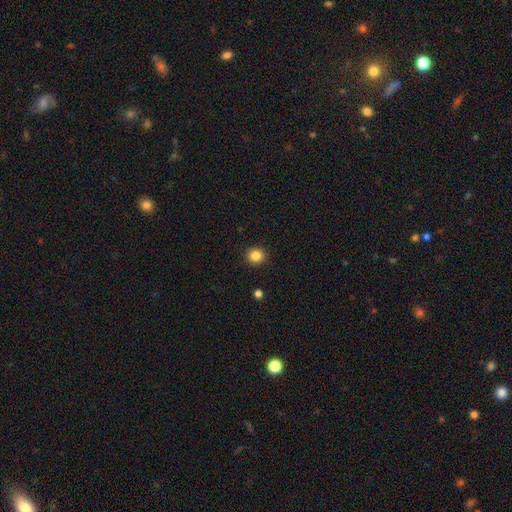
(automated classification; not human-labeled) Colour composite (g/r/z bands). It shows a smooth galaxy with no disk features (84%) that is round (93%). Merging: none (92%).